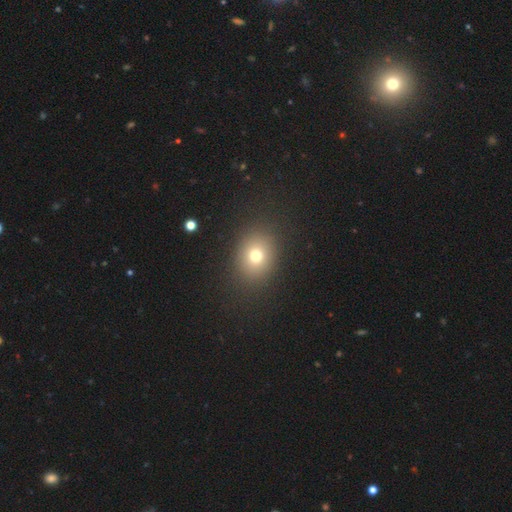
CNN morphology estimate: This is likely a smooth galaxy (73%). How rounded: possibly round (56%). Merging: clearly none (87%).